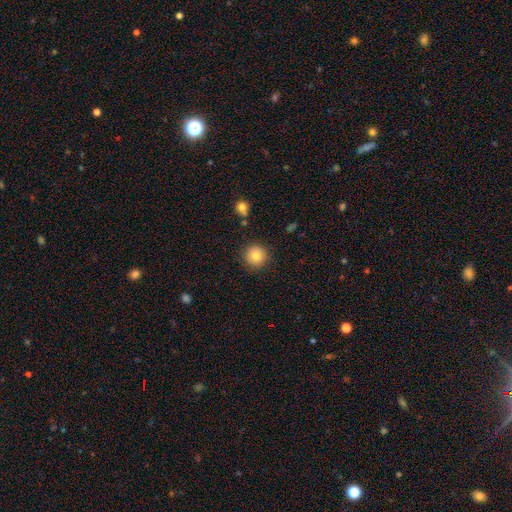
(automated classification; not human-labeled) Q: Smooth or featured?
A: smooth (81%); runner-up: star or artifact (11%)
Q: How rounded?
A: round (95%); runner-up: in between (4%)
Q: Merging?
A: none (89%); runner-up: minor disturbance (7%)